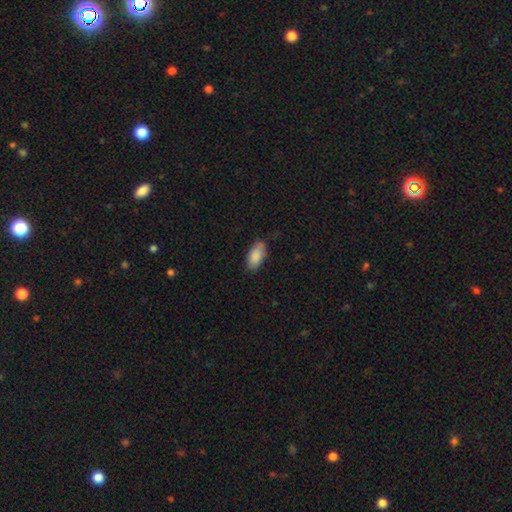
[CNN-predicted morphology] Smooth or featured?
  - smooth: 87% *
  - featured or disk: 7%
  - star or artifact: 6%
How rounded?
  - in between: 90% *
  - cigar-shaped: 7%
  - round: 2%
Merging?
  - none: 75% *
  - minor disturbance: 20%
  - major disturbance: 4%
  - merger: 2%